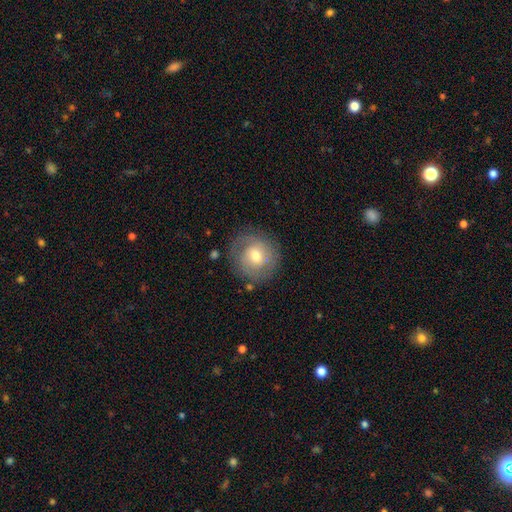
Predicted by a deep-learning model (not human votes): Smooth or featured? featured or disk (50%)
Edge-on disk? no (97%)
Merging? none (81%)